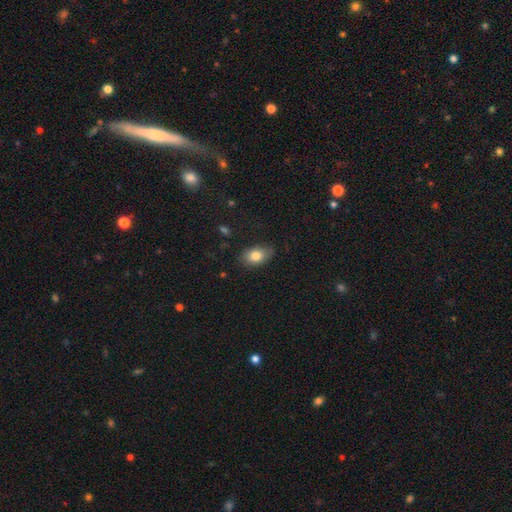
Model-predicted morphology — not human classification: type=smooth (80%); roundness=in between (86%); merging=none (78%).